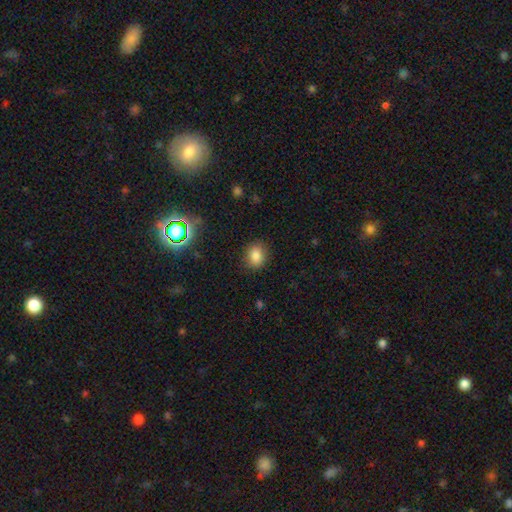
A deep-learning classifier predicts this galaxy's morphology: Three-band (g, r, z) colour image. It shows a smooth galaxy with no disk features (84%) that is round (54%). Merging: none (85%).